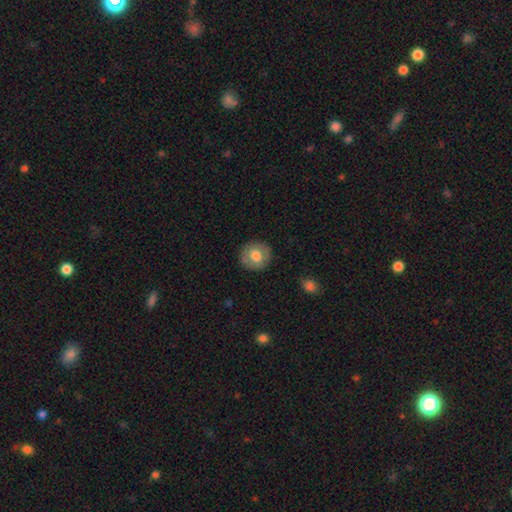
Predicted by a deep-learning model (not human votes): Smooth or featured? smooth (68%)
How rounded? round (91%)
Merging? none (87%)